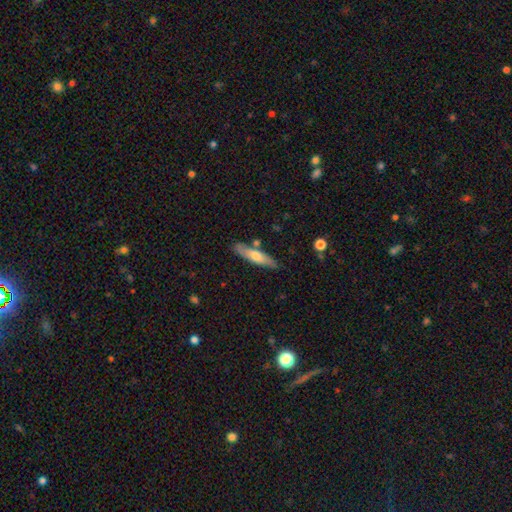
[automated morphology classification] Smooth or featured? smooth (55%)
How rounded? cigar-shaped (72%)
Merging? none (76%)